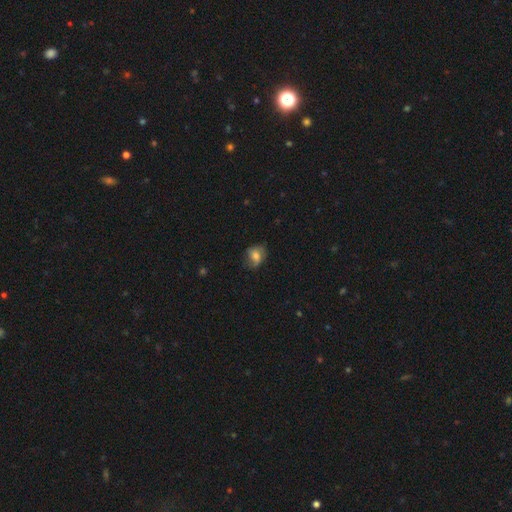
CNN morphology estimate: The model was most divided on "how rounded": round: 50%, in between: 49%, cigar-shaped: 1%. More confident: smooth or featured — smooth (66%); merging — none (60%).